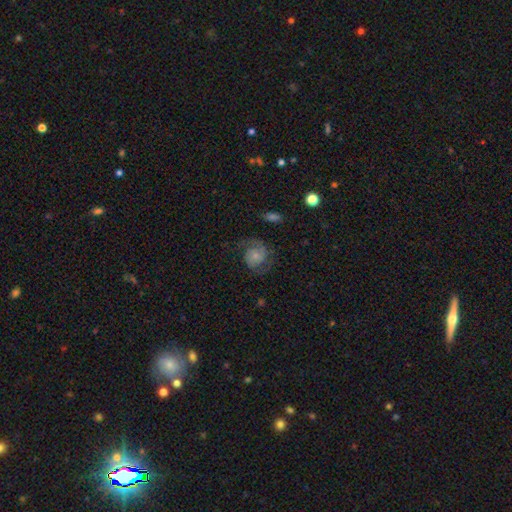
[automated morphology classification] Smooth or featured?
  - featured or disk: 73% *
  - smooth: 19%
  - star or artifact: 8%
Edge-on disk?
  - no: 98% *
  - yes: 2%
Bar?
  - no: 73% *
  - weak: 23%
  - strong: 4%
Spiral arms?
  - yes: 94% *
  - no: 6%
Spiral winding?
  - medium: 48% *
  - loose: 27%
  - tight: 25%
Spiral arm count?
  - 2: 85% *
  - 1: 5%
  - can't tell: 5%
  - 3: 2%
  - 4: 1%
  - more than 4: 1%
Bulge size?
  - small: 56% *
  - moderate: 24%
  - none: 12%
  - large: 6%
  - dominant: 2%
Merging?
  - none: 67% *
  - minor disturbance: 17%
  - major disturbance: 14%
  - merger: 2%